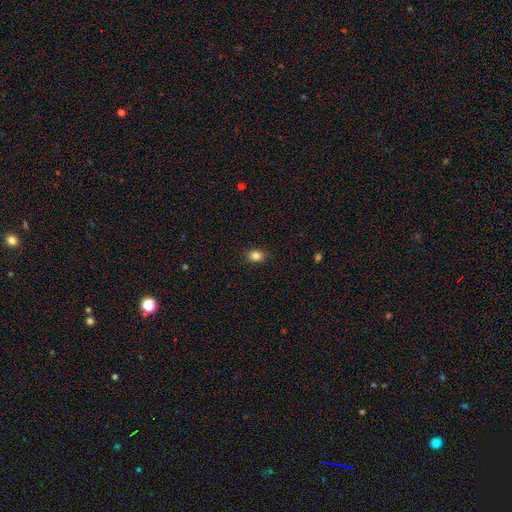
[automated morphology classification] smooth-or-featured: smooth: 84% | star or artifact: 11% | featured or disk: 5%
  how-rounded: in between: 52% | round: 47% | cigar-shaped: 1%
  merging: none: 88% | minor disturbance: 9% | major disturbance: 2% | merger: 1%